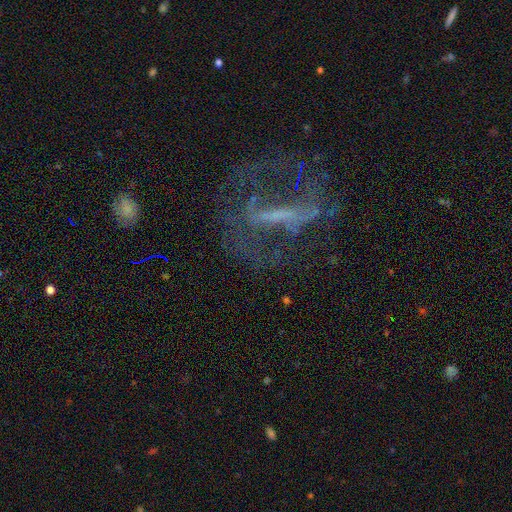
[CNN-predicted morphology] Q: Smooth or featured?
A: featured or disk (67%); runner-up: star or artifact (20%)
Q: Edge-on disk?
A: no (81%); runner-up: yes (19%)
Q: Bar?
A: strong (62%); runner-up: weak (23%)
Q: Spiral arms?
A: yes (56%); runner-up: no (44%)
Q: Bulge size?
A: none (50%); runner-up: small (29%)
Q: Merging?
A: none (57%); runner-up: major disturbance (25%)